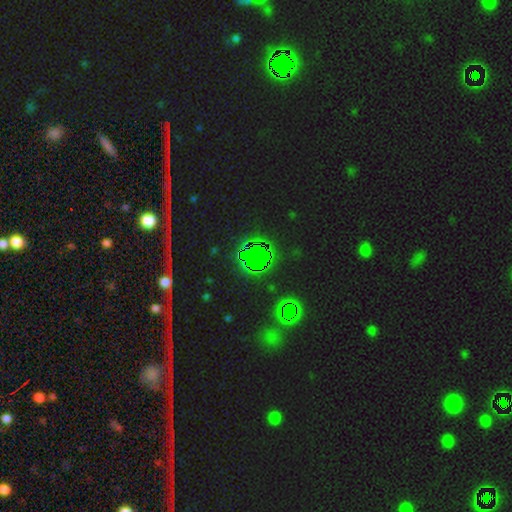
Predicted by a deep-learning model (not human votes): This is likely a star or artifact rather than a galaxy (77%).